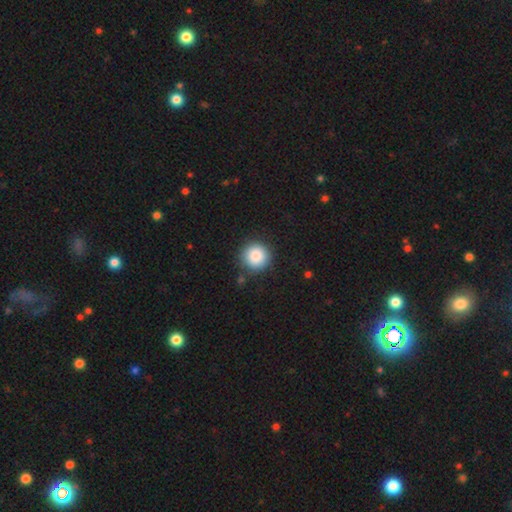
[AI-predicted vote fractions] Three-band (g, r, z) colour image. It shows a smooth galaxy with no disk features (87%) that is round (95%). Merging: none (88%).